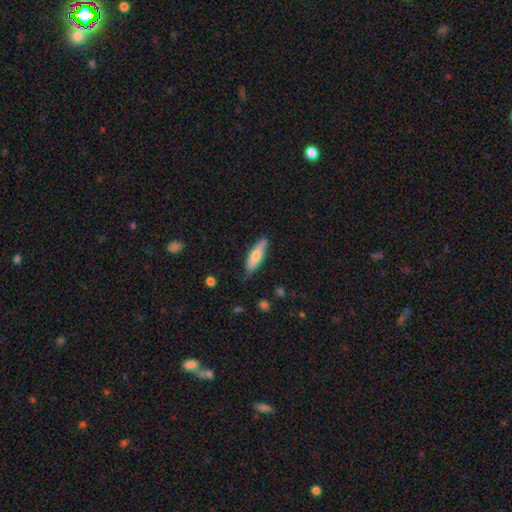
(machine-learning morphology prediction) This is likely a smooth galaxy (69%). How rounded: likely cigar-shaped (61%). Merging: likely none (80%).